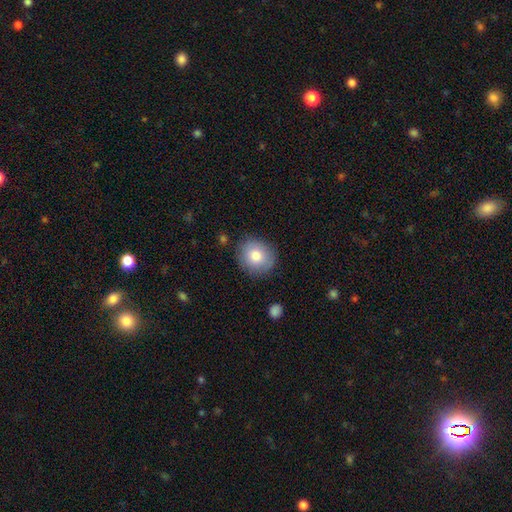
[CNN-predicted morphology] This is clearly a smooth galaxy (81%). How rounded: likely round (77%). Merging: clearly none (83%).